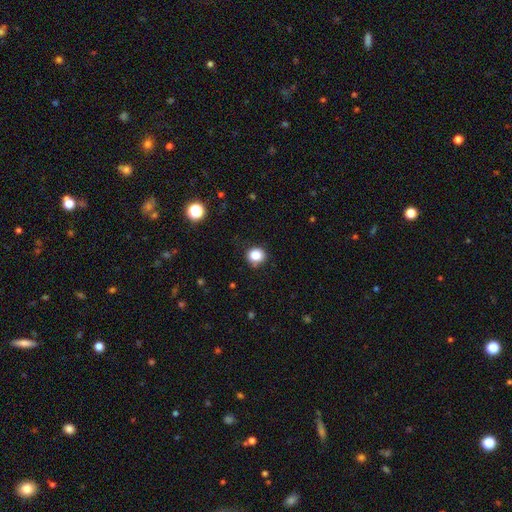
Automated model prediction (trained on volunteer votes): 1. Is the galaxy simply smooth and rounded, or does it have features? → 85% smooth, 11% star or artifact, 4% featured or disk.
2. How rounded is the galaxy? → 81% round, 18% in between, 1% cigar-shaped.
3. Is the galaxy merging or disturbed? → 81% none, 14% minor disturbance, 3% major disturbance, 2% merger.